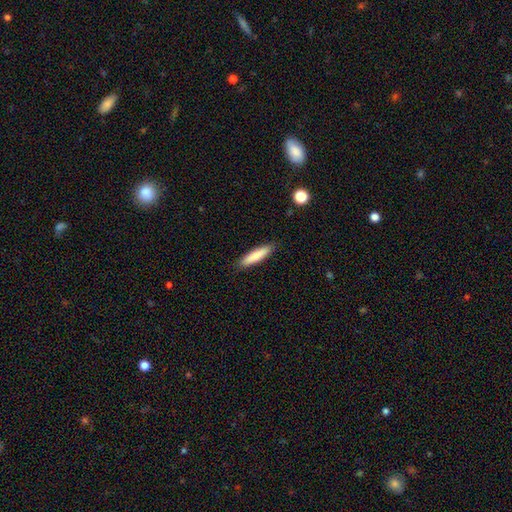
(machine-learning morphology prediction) smooth-or-featured: smooth: 83% | featured or disk: 11% | star or artifact: 6%
  how-rounded: cigar-shaped: 83% | in between: 16% | round: 1%
  merging: none: 89% | minor disturbance: 8% | major disturbance: 2% | merger: 1%